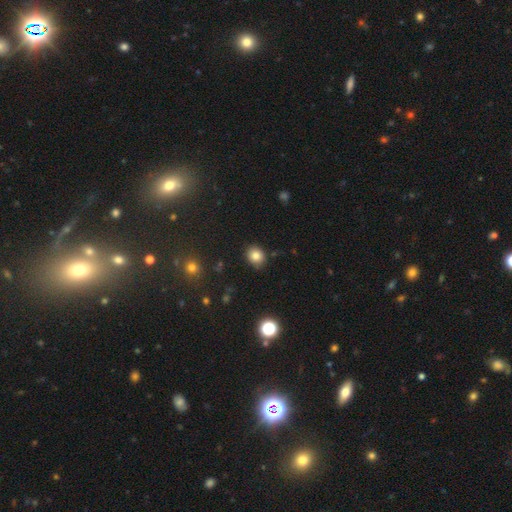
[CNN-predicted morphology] Smooth or featured? Predicted: smooth (p=0.82). How rounded? Predicted: round (p=0.67). Merging? Predicted: none (p=0.86).